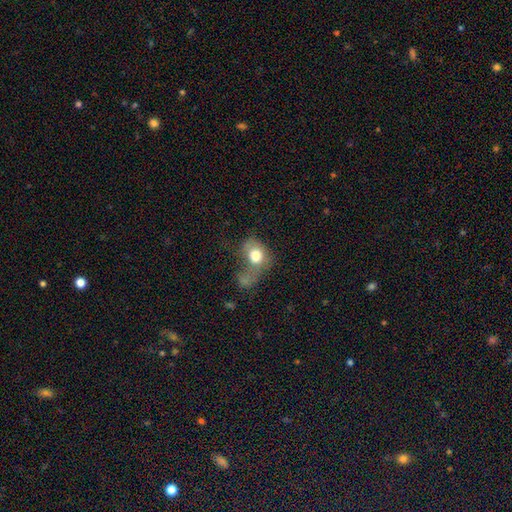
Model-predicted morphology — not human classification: Overall: smooth (70%). How rounded: in between (56%; round 43%). Merging: major disturbance (40%; merger 27%).